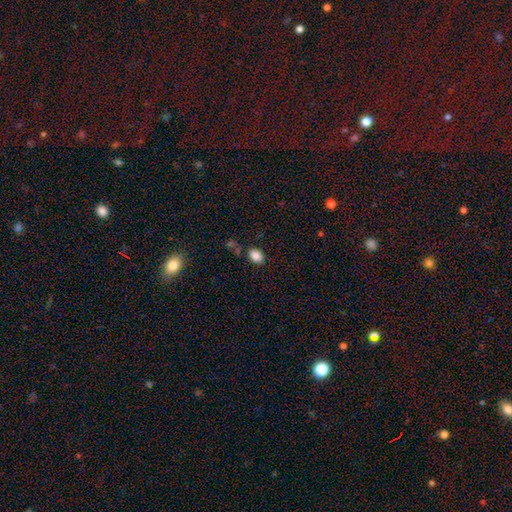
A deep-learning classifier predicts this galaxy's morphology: This is clearly a smooth galaxy (86%). How rounded: likely in between (74%). Merging: likely none (78%).